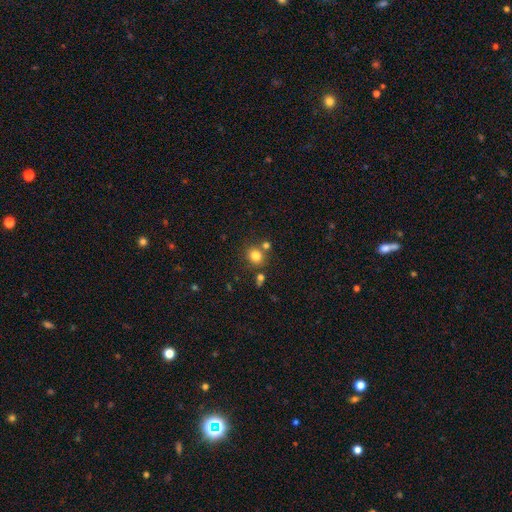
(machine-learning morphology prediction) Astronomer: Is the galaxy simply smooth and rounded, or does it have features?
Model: smooth — 80%.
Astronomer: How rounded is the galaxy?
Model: round — 78%.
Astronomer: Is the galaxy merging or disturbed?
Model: none — 71%.